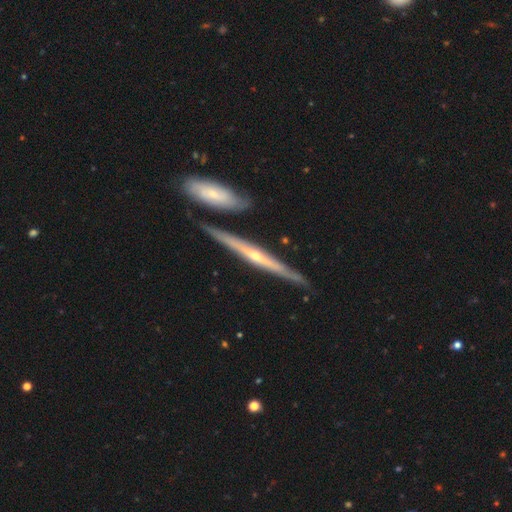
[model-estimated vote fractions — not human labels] Smooth or featured: featured or disk — 78% (smooth — 17%)
Edge-on disk: yes — 94% (no — 6%)
Edge-on bulge: rounded — 71% (none — 25%)
Merging: none — 82% (minor disturbance — 10%)